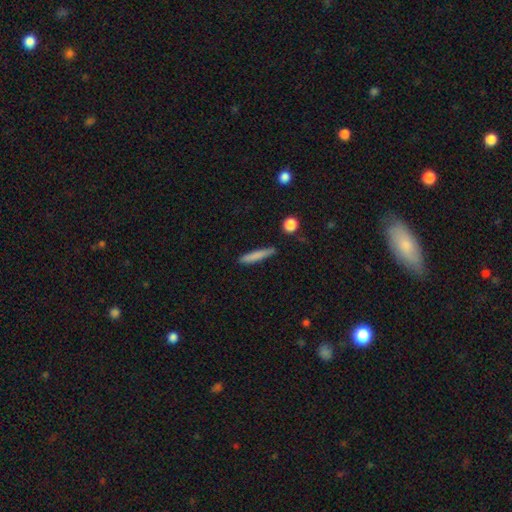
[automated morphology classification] Smooth or featured?
  - smooth: 78% *
  - featured or disk: 15%
  - star or artifact: 6%
How rounded?
  - cigar-shaped: 92% *
  - in between: 6%
  - round: 2%
Merging?
  - none: 83% *
  - minor disturbance: 13%
  - major disturbance: 2%
  - merger: 2%